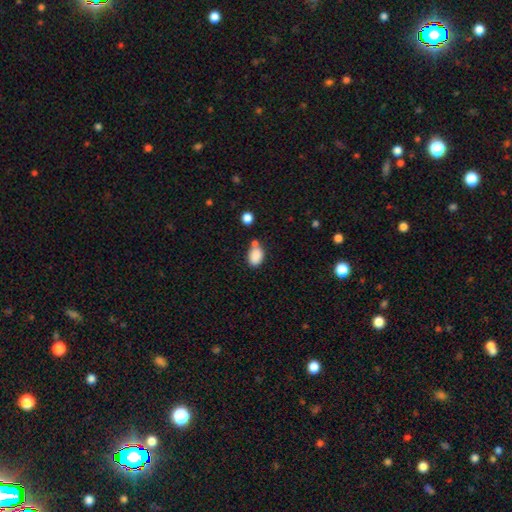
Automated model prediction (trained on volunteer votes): A smooth galaxy with no disk features (86%) that is in between round and cigar-shaped (80%). Merging: none (57%).